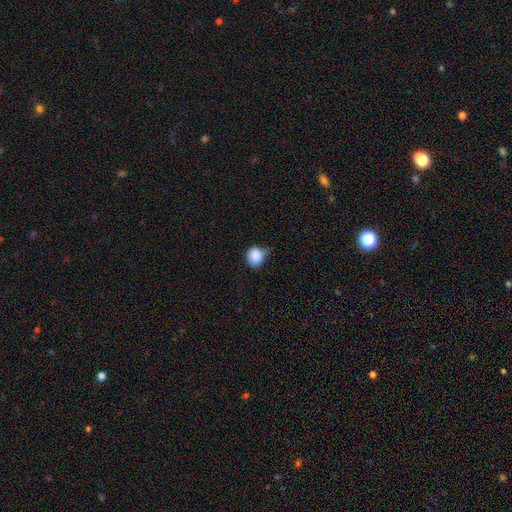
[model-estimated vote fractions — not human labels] Overall: smooth (87%). How rounded: round (78%). Merging: none (48%; minor disturbance 40%).